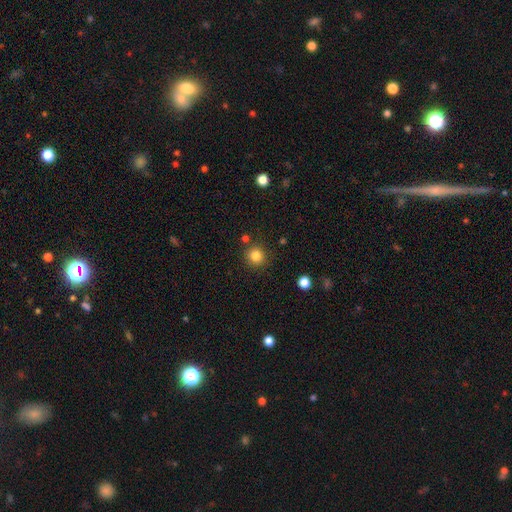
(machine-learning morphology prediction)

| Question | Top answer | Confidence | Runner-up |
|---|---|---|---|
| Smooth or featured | smooth | 83% | star or artifact (12%) |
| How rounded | round | 92% | in between (7%) |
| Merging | none | 86% | minor disturbance (7%) |